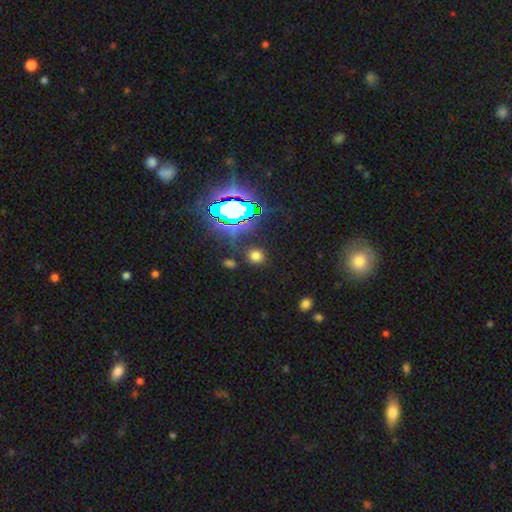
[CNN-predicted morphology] Smooth or featured?
  - smooth: 63% *
  - star or artifact: 30%
  - featured or disk: 7%
How rounded?
  - round: 79% *
  - in between: 19%
  - cigar-shaped: 2%
Merging?
  - none: 84% *
  - minor disturbance: 9%
  - merger: 4%
  - major disturbance: 3%